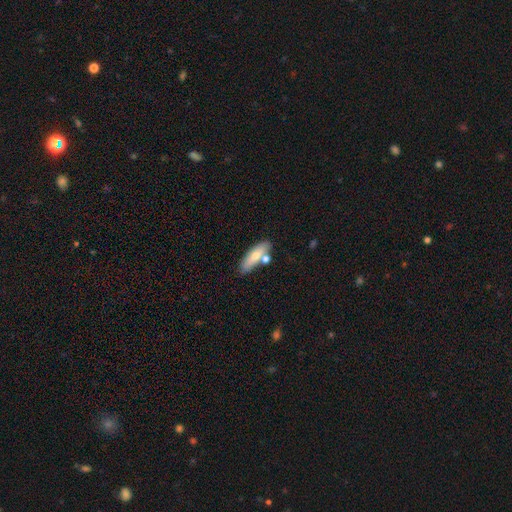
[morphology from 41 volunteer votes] smooth 83%, featured or disk 12%, star or artifact 5%. Down the decision tree: how rounded — in between (56%); merging — none (64%).